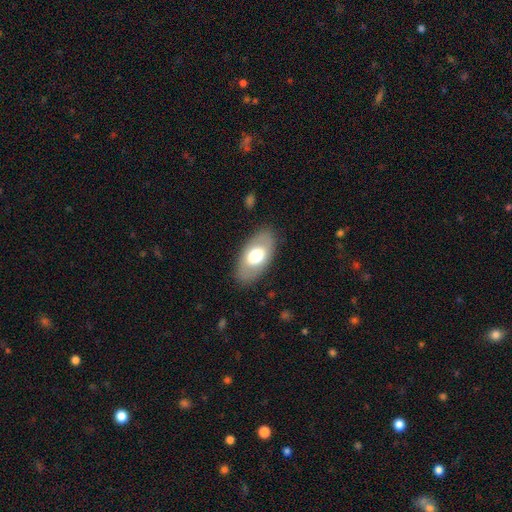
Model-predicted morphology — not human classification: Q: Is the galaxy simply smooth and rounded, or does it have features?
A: smooth — 61%.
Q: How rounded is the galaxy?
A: in between — 93%.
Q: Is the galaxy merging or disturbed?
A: none — 84%.